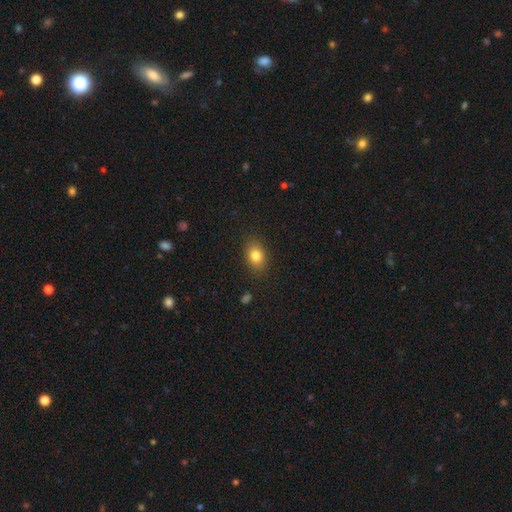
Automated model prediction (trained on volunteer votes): smooth_or_featured: smooth (p=0.81) [alt: star or artifact p=0.10]
how_rounded: in between (p=0.72) [alt: round p=0.27]
merging: none (p=0.86) [alt: minor disturbance p=0.10]